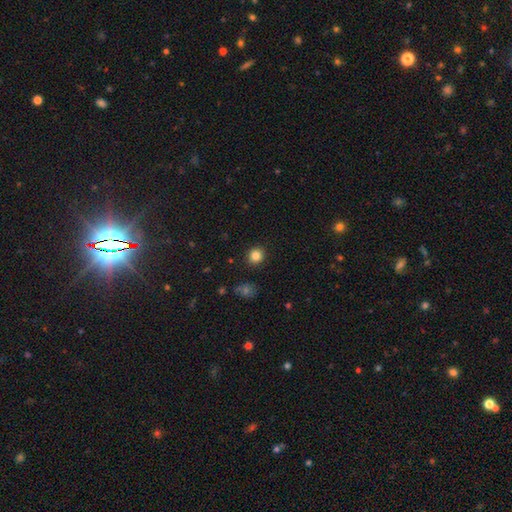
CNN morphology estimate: Smooth or featured?
  - smooth: 84% *
  - star or artifact: 11%
  - featured or disk: 5%
How rounded?
  - round: 88% *
  - in between: 11%
  - cigar-shaped: 1%
Merging?
  - none: 91% *
  - minor disturbance: 6%
  - major disturbance: 2%
  - merger: 1%